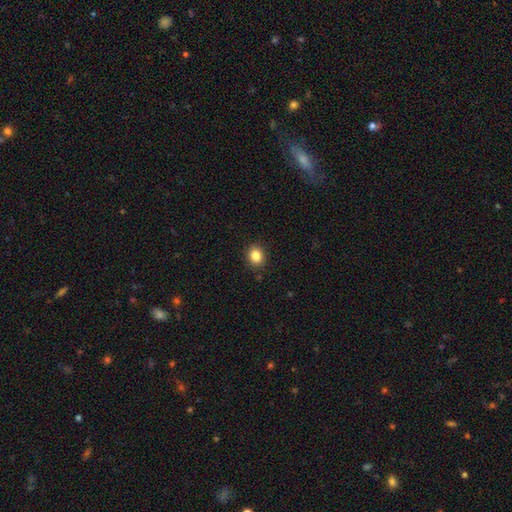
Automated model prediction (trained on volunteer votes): Morphology: type=smooth (85%); roundness=round (65%); merging=none (89%).